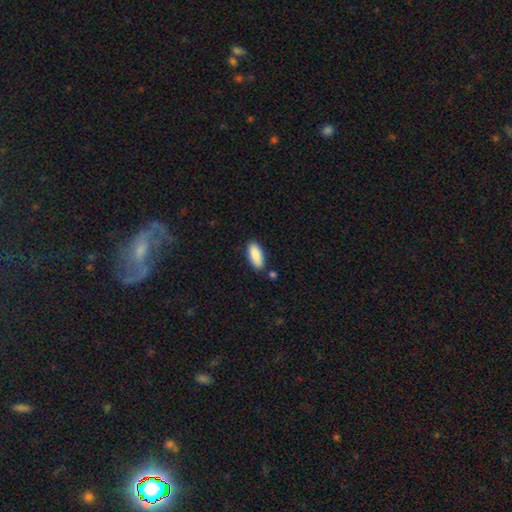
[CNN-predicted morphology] A smooth galaxy with no disk features (90%) that is in between round and cigar-shaped (81%). Merging: none (81%).